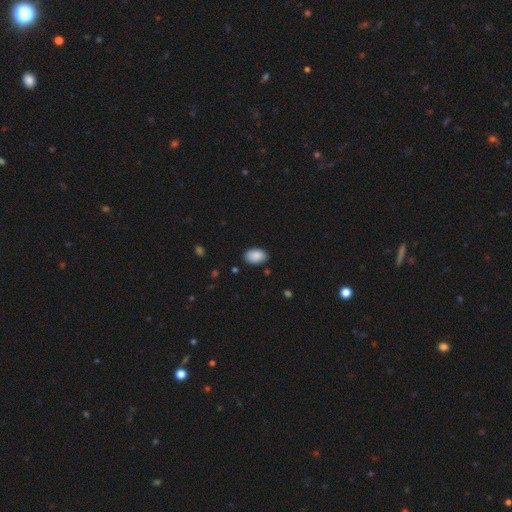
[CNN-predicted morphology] Smooth or featured: smooth — 89% (star or artifact — 7%)
How rounded: in between — 90% (round — 9%)
Merging: none — 86% (minor disturbance — 11%)